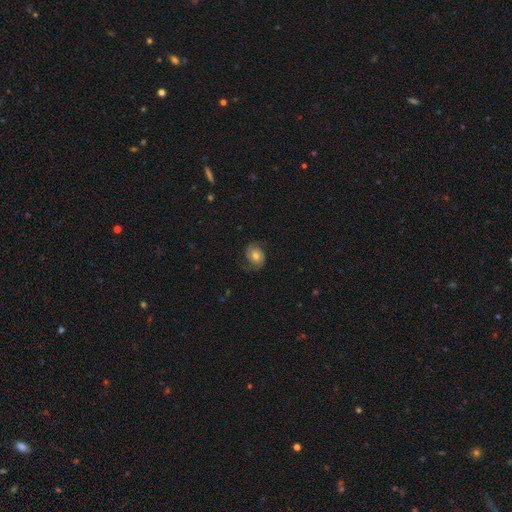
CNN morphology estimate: This is likely a featured or disk galaxy (71%). It is clearly not viewed edge-on (98%). Bar: likely no (71%). Spiral arm pattern: clearly yes (94%). Spiral arm count: clearly 2 (83%). Spiral winding: marginally medium (43%). Central bulge: likely moderate (62%). Merging: likely none (70%).